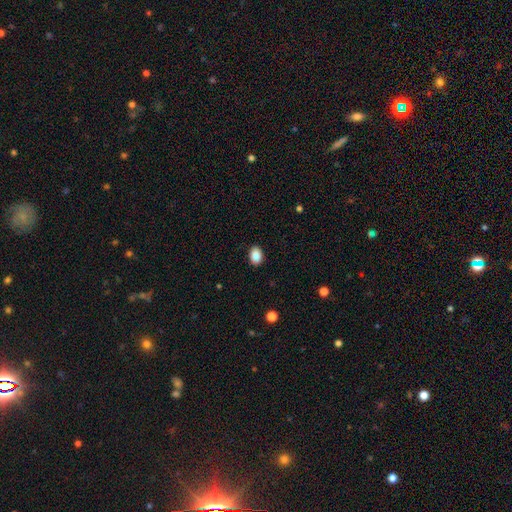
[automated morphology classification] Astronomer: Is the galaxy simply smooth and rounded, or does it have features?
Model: smooth — 89%.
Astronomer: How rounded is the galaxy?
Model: in between — 78%.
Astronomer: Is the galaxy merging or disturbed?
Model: none — 88%.